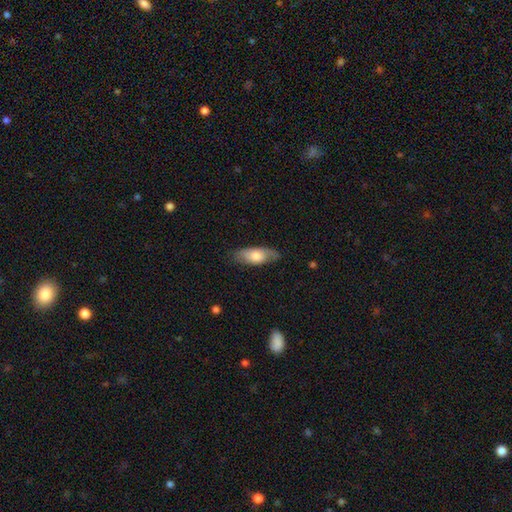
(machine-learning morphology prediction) Smooth or featured: smooth — 65% (featured or disk — 29%)
How rounded: in between — 78% (cigar-shaped — 20%)
Merging: none — 71% (minor disturbance — 22%)